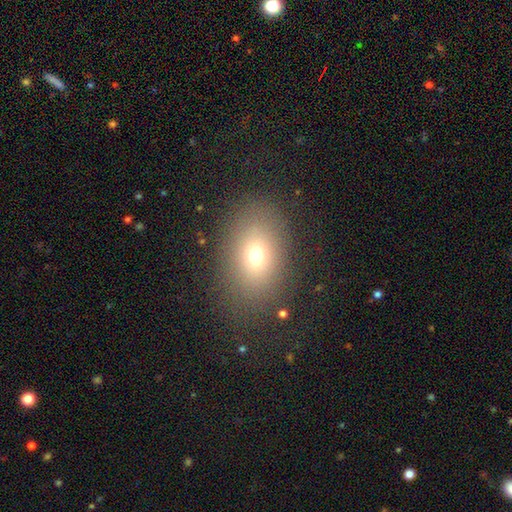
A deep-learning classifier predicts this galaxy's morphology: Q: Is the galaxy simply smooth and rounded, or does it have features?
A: smooth — 70%.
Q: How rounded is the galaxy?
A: in between — 73%.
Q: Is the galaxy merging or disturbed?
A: none — 82%.